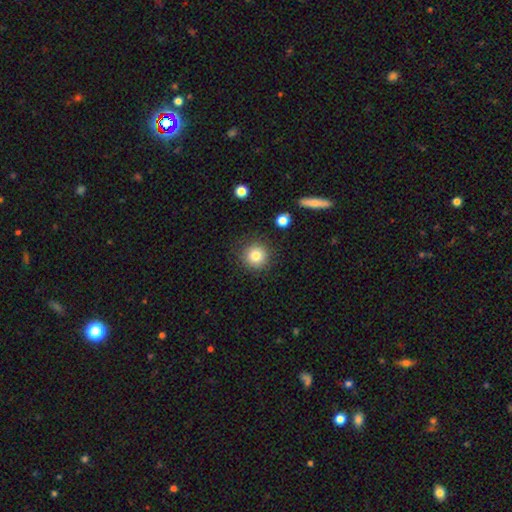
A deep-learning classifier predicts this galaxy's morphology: Smooth or featured?
  - smooth: 82% *
  - star or artifact: 11%
  - featured or disk: 8%
How rounded?
  - round: 94% *
  - in between: 5%
  - cigar-shaped: 1%
Merging?
  - none: 87% *
  - minor disturbance: 8%
  - major disturbance: 3%
  - merger: 2%